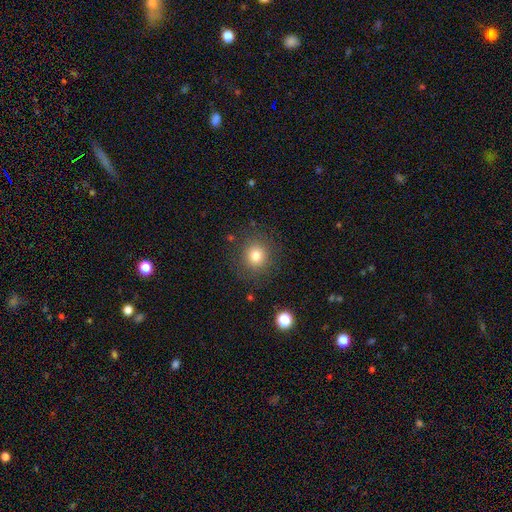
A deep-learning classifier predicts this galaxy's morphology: smooth-or-featured: smooth: 78% | star or artifact: 13% | featured or disk: 9%
  how-rounded: round: 88% | in between: 11% | cigar-shaped: 1%
  merging: none: 85% | minor disturbance: 9% | major disturbance: 4% | merger: 2%